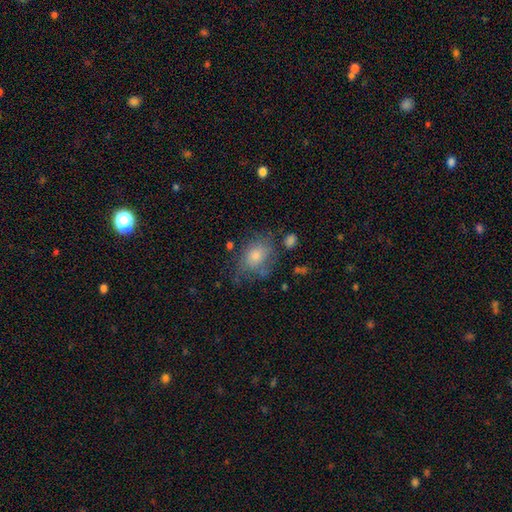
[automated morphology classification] Smooth or featured? smooth (57%)
How rounded? in between (59%)
Merging? none (58%)